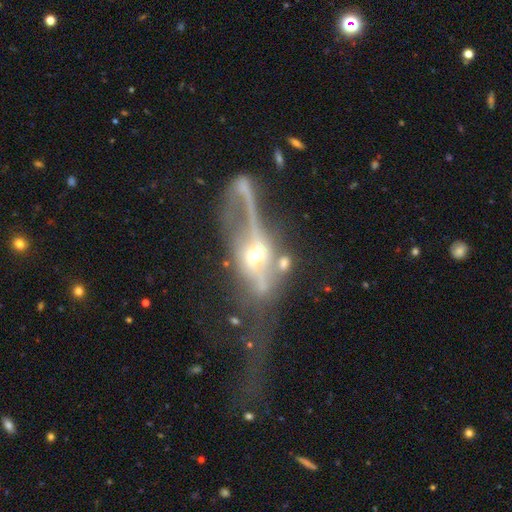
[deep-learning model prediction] smooth_or_featured: featured or disk (p=0.69) [alt: smooth p=0.20]
disk_edge_on: no (p=0.62) [alt: yes p=0.38]
merging: major disturbance (p=0.42) [alt: none p=0.24]